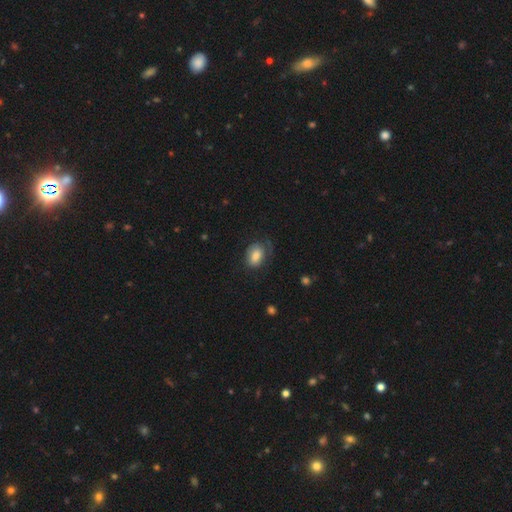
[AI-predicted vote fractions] Smooth or featured? Predicted: smooth (p=0.71). How rounded? Predicted: in between (p=0.80). Merging? Predicted: none (p=0.58).